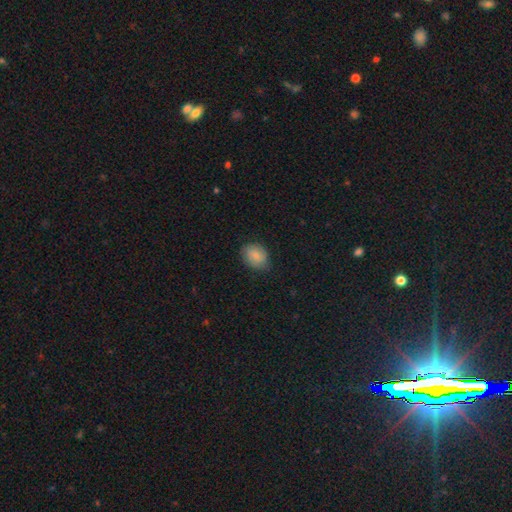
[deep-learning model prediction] smooth-or-featured: smooth: 86% | star or artifact: 7% | featured or disk: 7%
  how-rounded: in between: 55% | round: 44% | cigar-shaped: 1%
  merging: none: 77% | minor disturbance: 18% | major disturbance: 4% | merger: 1%